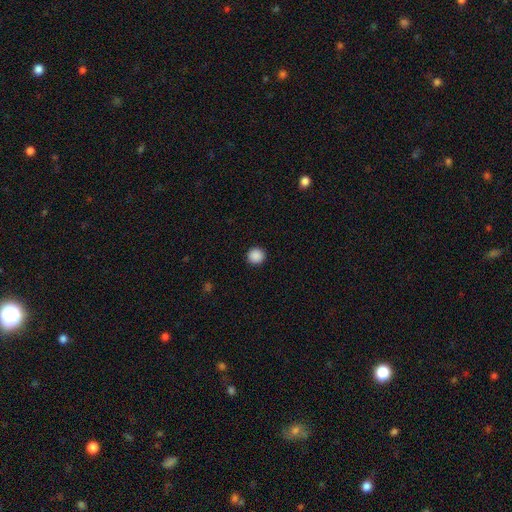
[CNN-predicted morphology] Smooth or featured? smooth (89%)
How rounded? round (95%)
Merging? none (93%)